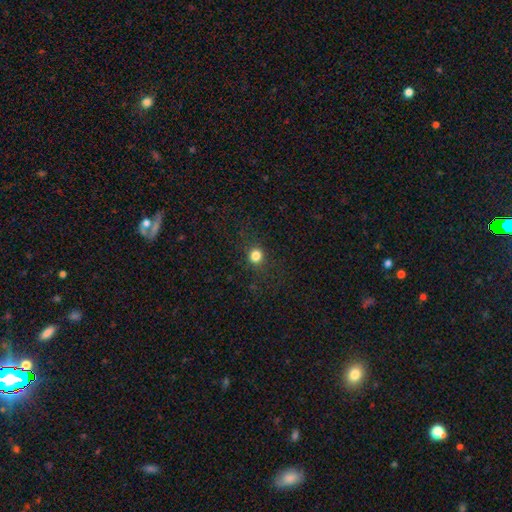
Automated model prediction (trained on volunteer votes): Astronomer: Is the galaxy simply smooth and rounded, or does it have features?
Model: smooth — 81%.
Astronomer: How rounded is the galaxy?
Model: round — 88%.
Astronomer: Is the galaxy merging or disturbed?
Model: none — 86%.